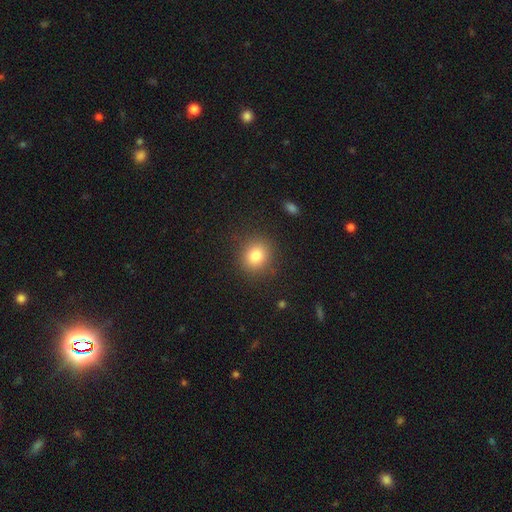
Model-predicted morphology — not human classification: Smooth or featured? smooth (82%)
How rounded? round (80%)
Merging? none (87%)